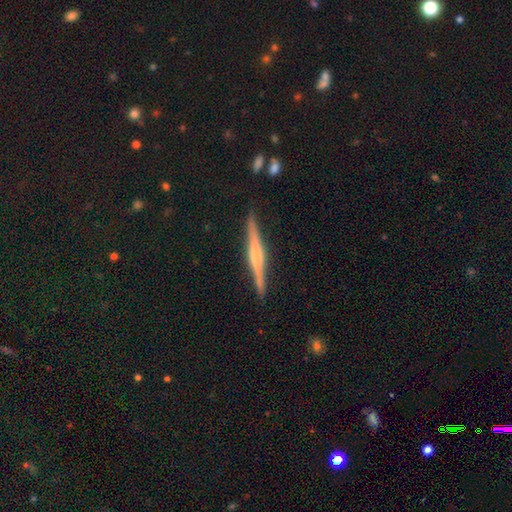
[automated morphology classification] smooth_or_featured: featured or disk (p=0.75) [alt: smooth p=0.19]
disk_edge_on: yes (p=0.98) [alt: no p=0.02]
edge_on_bulge: rounded (p=0.48) [alt: boxy p=0.32]
merging: none (p=0.89) [alt: minor disturbance p=0.08]